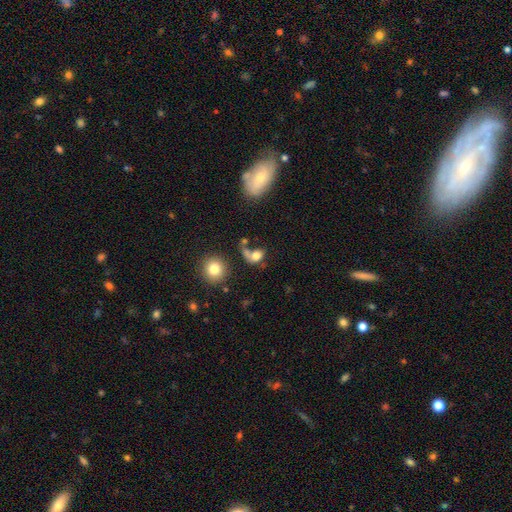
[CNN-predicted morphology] This appears to be a smooth galaxy with no disk features (71%) that is in between round and cigar-shaped (51%). Merging: none (32%, tied with merger).